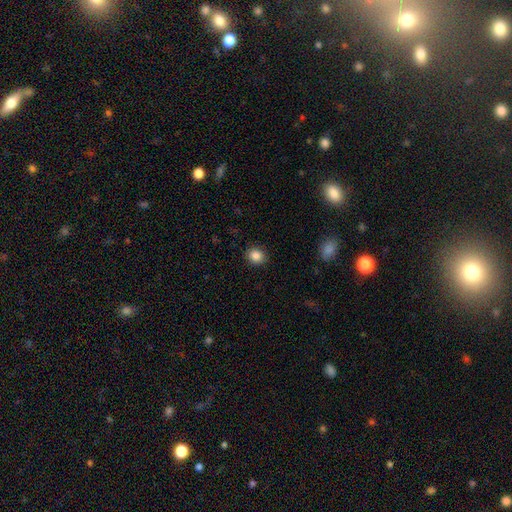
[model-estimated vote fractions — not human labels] Smooth or featured: smooth — 86% (star or artifact — 10%)
How rounded: round — 74% (in between — 25%)
Merging: none — 90% (minor disturbance — 7%)